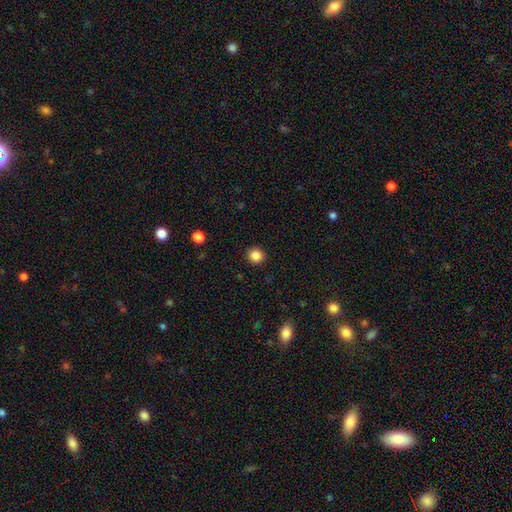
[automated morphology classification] A smooth galaxy with no disk features (85%) that is round (90%). Merging: none (92%).